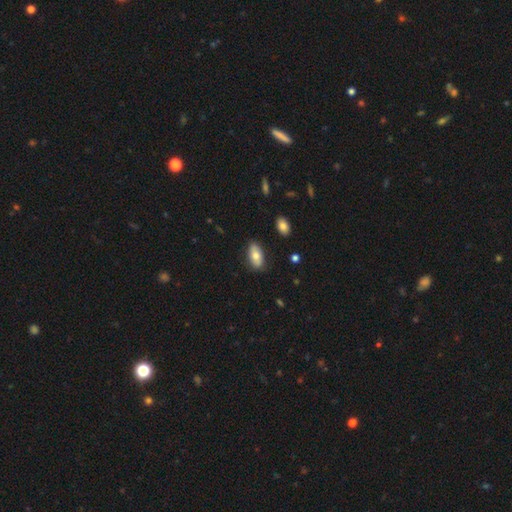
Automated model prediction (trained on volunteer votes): A smooth galaxy with no disk features (73%) that is in between round and cigar-shaped (90%).

Vote fractions:
- Smooth or featured? smooth: 73% / featured or disk: 21% / star or artifact: 7%
- How rounded? in between: 90% / cigar-shaped: 7% / round: 3%
- Merging? none: 82% / minor disturbance: 13% / major disturbance: 3% / merger: 2%